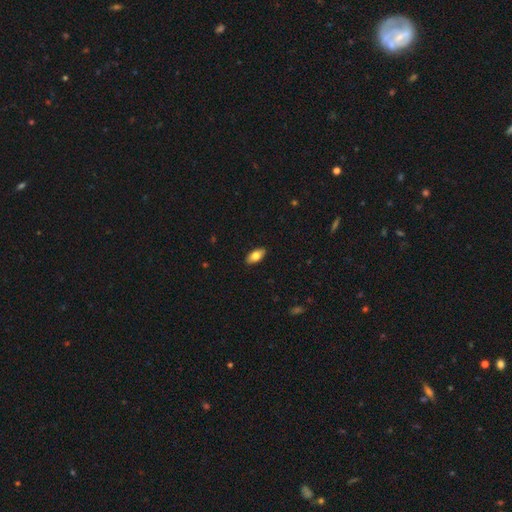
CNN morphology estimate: A smooth galaxy with no disk features (79%) that is in between round and cigar-shaped (91%).

Vote fractions:
- Smooth or featured? smooth: 79% / featured or disk: 15% / star or artifact: 7%
- How rounded? in between: 91% / cigar-shaped: 7% / round: 3%
- Merging? none: 89% / minor disturbance: 8% / major disturbance: 2% / merger: 1%